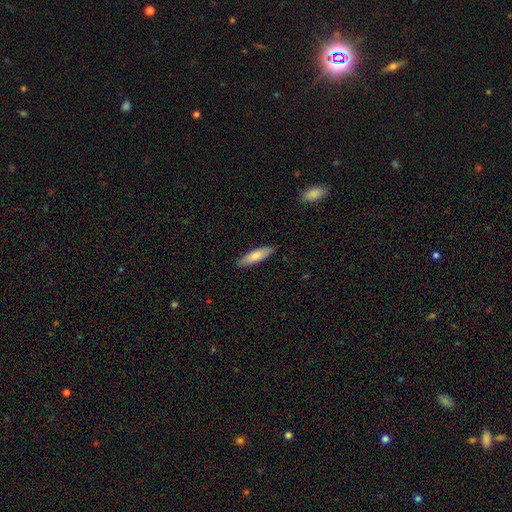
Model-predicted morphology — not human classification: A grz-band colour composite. It shows a smooth galaxy with no disk features (80%) that is cigar-shaped (60%). Merging: none (89%).